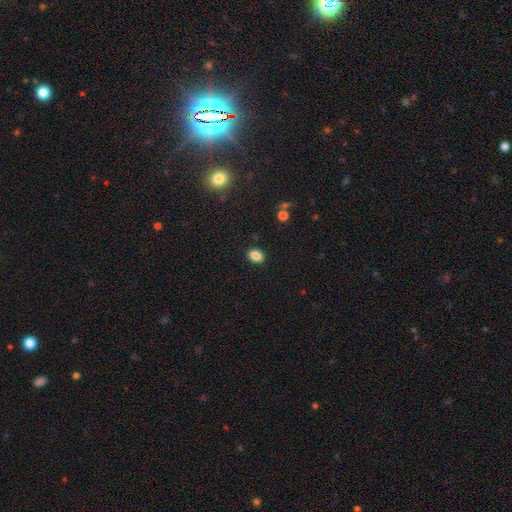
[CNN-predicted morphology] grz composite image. It shows a smooth galaxy with no disk features (86%) that is in between round and cigar-shaped (74%). Merging: none (88%).